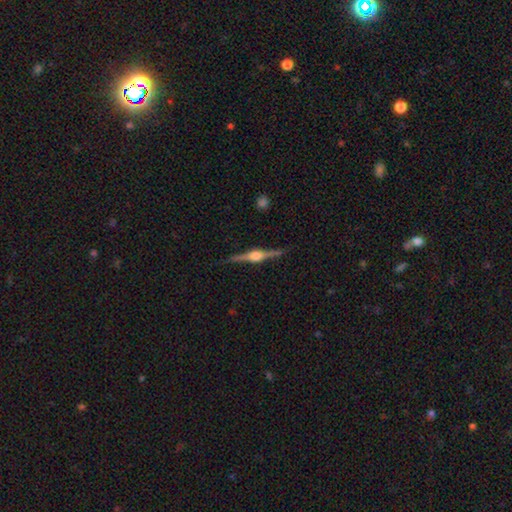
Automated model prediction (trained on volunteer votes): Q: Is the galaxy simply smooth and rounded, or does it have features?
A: featured or disk — 87%.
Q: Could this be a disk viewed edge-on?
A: yes — 98%.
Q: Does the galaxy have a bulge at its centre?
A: rounded — 92%.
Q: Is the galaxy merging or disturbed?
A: none — 90%.